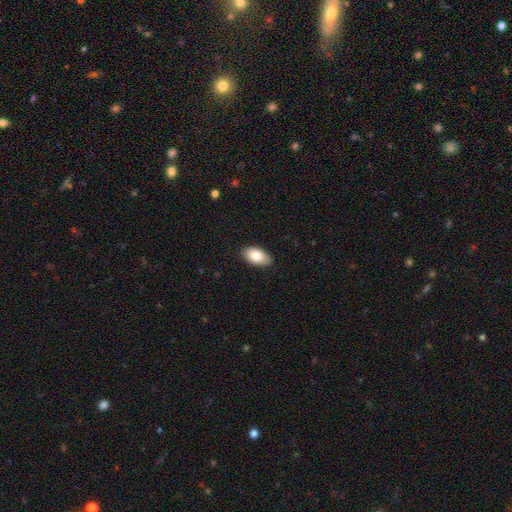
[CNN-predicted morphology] A smooth galaxy with no disk features (83%) that is in between round and cigar-shaped (94%). Merging: none (86%).